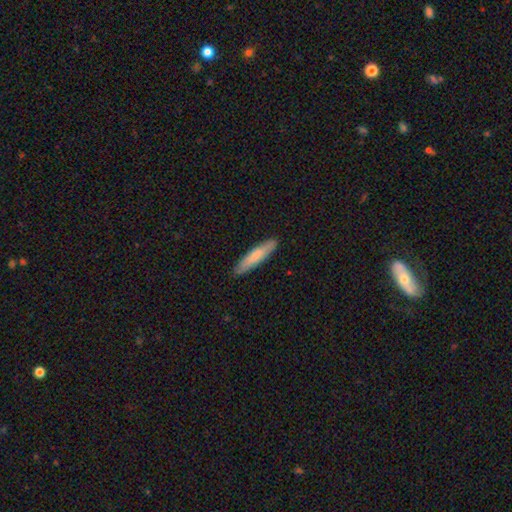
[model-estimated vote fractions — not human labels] Overall: smooth (75%). How rounded: cigar-shaped (86%). Merging: none (90%).